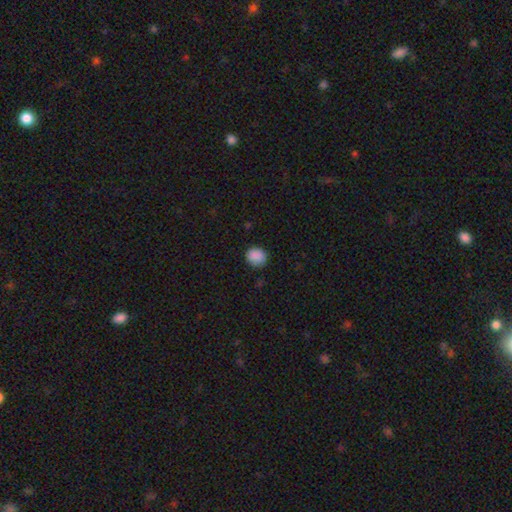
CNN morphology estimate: This appears to be a smooth galaxy with no disk features (88%) that is round (77%). Merging: none (83%).